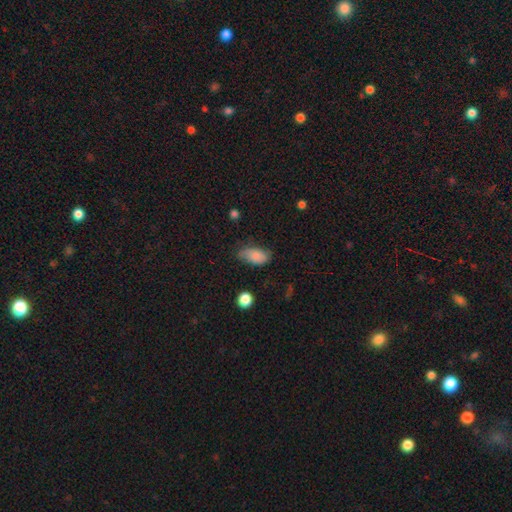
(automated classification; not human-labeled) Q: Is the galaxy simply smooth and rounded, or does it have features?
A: smooth — 81%.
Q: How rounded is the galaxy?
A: in between — 92%.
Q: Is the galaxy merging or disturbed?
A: none — 50%.